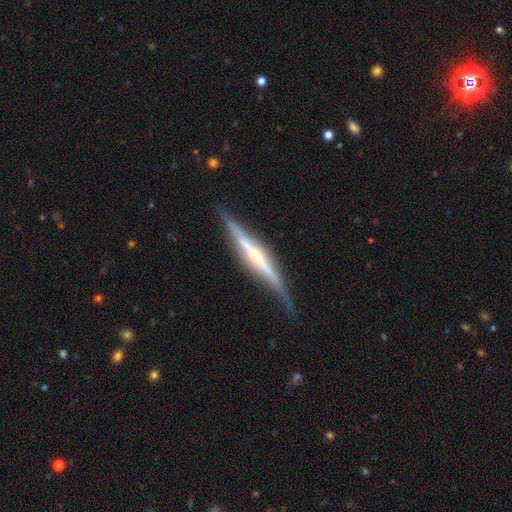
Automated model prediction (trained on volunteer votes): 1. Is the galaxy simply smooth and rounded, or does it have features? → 79% featured or disk, 15% smooth, 6% star or artifact.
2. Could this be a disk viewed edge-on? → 96% yes, 4% no.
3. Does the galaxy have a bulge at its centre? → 62% rounded, 22% none, 16% boxy.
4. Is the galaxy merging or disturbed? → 80% none, 15% minor disturbance, 3% major disturbance, 2% merger.